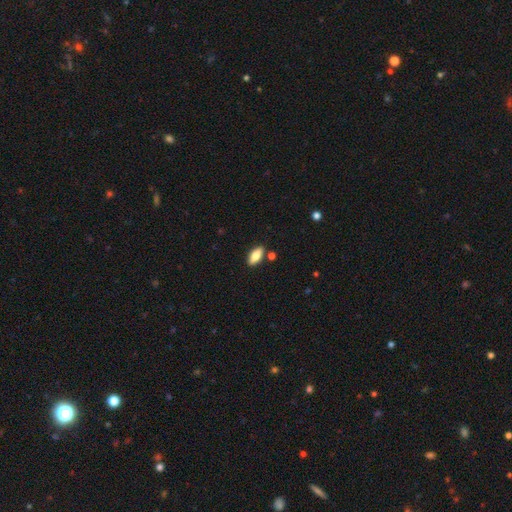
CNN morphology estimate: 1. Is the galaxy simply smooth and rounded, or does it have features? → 78% smooth, 15% featured or disk, 6% star or artifact.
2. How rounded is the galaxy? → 84% in between, 13% cigar-shaped, 2% round.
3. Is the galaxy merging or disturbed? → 84% none, 9% minor disturbance, 4% merger, 2% major disturbance.